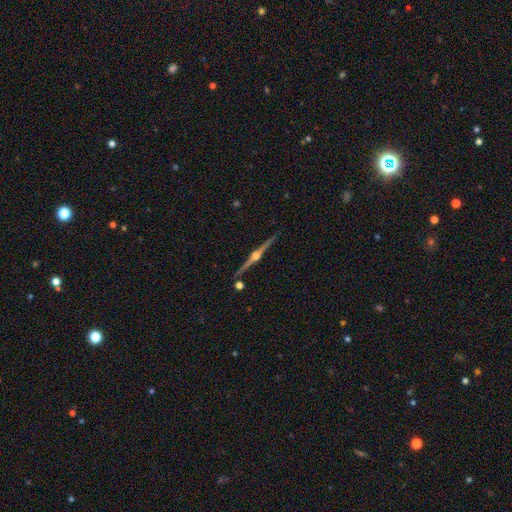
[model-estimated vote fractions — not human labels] Q: Smooth or featured?
A: featured or disk (90%); runner-up: star or artifact (6%)
Q: Edge-on disk?
A: yes (99%); runner-up: no (1%)
Q: Edge-on bulge?
A: rounded (96%); runner-up: boxy (2%)
Q: Merging?
A: none (91%); runner-up: minor disturbance (6%)